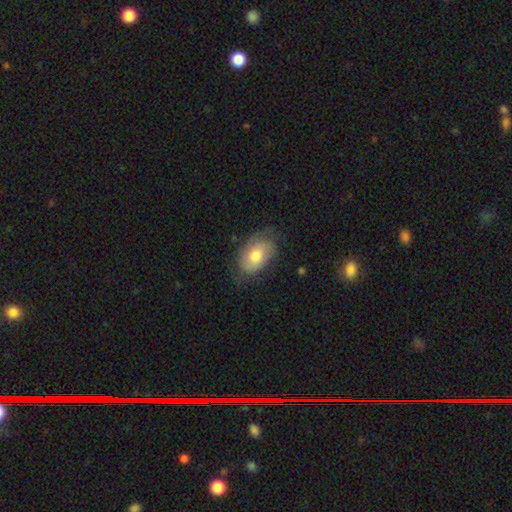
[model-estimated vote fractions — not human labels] The model was most divided on "smooth or featured": smooth: 59%, featured or disk: 34%, star or artifact: 7%. More confident: how rounded — in between (87%); merging — none (64%).